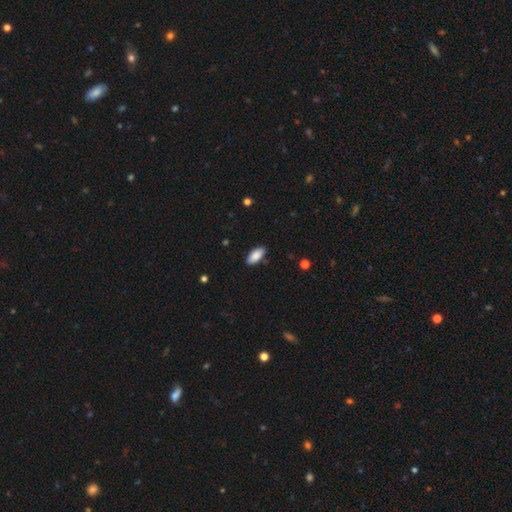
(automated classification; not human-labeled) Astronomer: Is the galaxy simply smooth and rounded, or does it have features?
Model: smooth — 87%.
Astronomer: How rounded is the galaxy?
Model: in between — 90%.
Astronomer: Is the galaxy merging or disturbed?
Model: none — 86%.